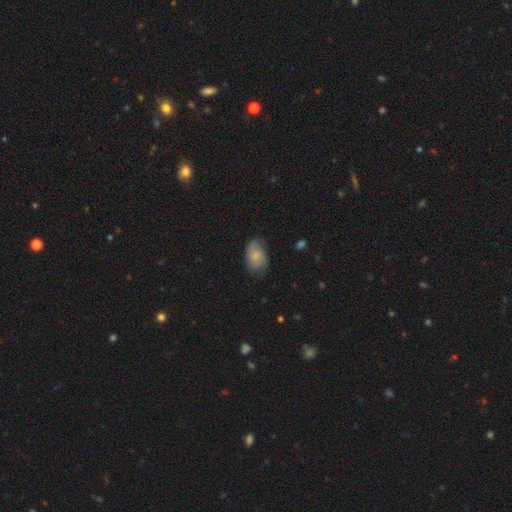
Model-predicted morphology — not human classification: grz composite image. It shows a smooth galaxy with no disk features (75%) that is in between round and cigar-shaped (86%). Merging: none (56%).